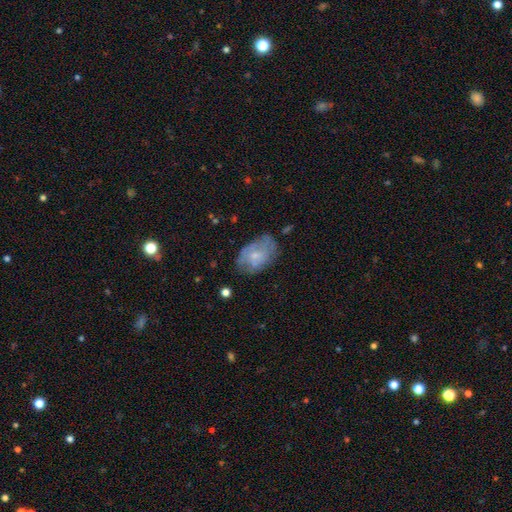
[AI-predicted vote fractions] Smooth or featured: featured or disk — 47% (smooth — 46%)
Merging: none — 57% (minor disturbance — 29%)